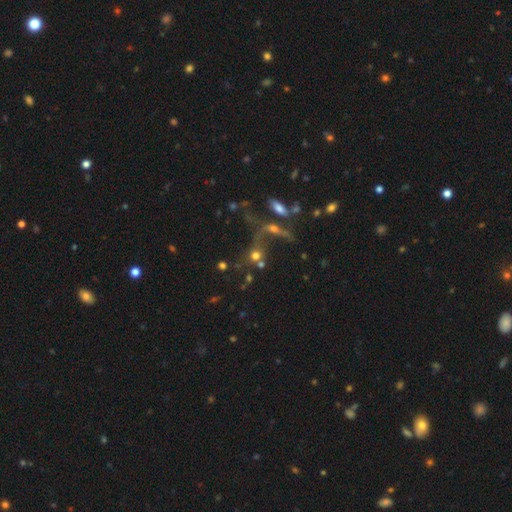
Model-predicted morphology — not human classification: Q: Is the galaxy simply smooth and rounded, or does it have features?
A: smooth — 57%.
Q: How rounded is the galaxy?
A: round — 74%.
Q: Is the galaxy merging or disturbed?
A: merger — 40%.